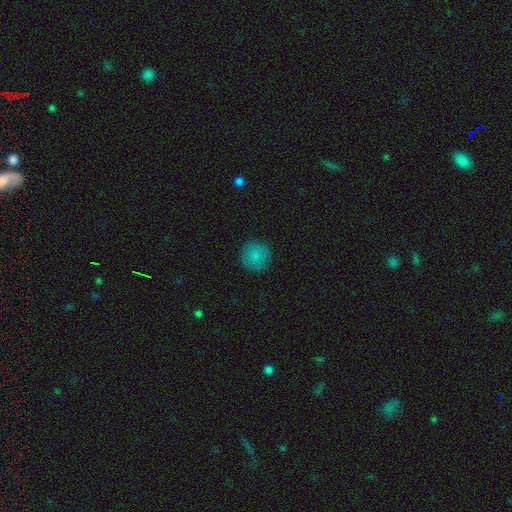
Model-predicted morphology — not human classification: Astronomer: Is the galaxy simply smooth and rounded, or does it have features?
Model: smooth — 84%.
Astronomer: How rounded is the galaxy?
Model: round — 94%.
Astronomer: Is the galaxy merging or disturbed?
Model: none — 90%.